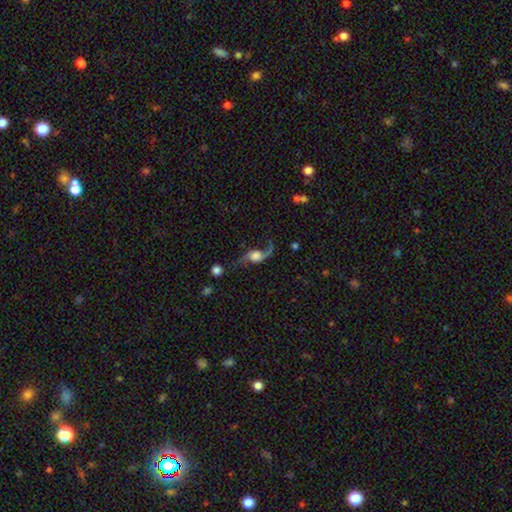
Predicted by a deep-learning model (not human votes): A featured or disk galaxy (76%) with no bar (67%), 2 (87%) loose (92%) spiral arms (94%) and a large central bulge (42%).

Vote fractions:
- Smooth or featured? featured or disk: 76% / smooth: 15% / star or artifact: 8%
- Edge-on disk? no: 91% / yes: 9%
- Bar? no: 67% / weak: 26% / strong: 6%
- Spiral arms? yes: 94% / no: 6%
- Spiral winding? loose: 92% / medium: 7% / tight: 2%
- Spiral arm count? 2: 87% / 1: 9% / can't tell: 1% / 3: 1% / 4: 1% / more than 4: 1%
- Bulge size? large: 42% / dominant: 20% / moderate: 18% / none: 11% / small: 10%
- Merging? none: 60% / major disturbance: 18% / minor disturbance: 17% / merger: 5%